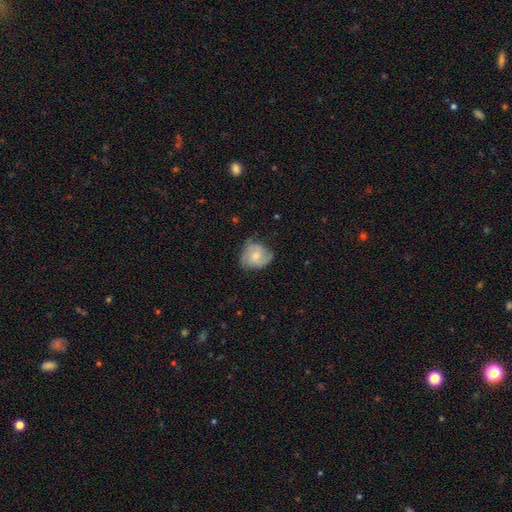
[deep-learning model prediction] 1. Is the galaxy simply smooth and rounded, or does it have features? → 52% featured or disk, 41% smooth, 7% star or artifact.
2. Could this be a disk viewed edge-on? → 97% no, 3% yes.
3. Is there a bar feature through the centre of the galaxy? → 58% no, 36% weak, 6% strong.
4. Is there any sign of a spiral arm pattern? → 85% yes, 15% no.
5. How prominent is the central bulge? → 46% moderate, 40% small, 8% none, 5% large, 1% dominant.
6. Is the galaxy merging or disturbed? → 60% none, 28% minor disturbance, 10% major disturbance, 1% merger.